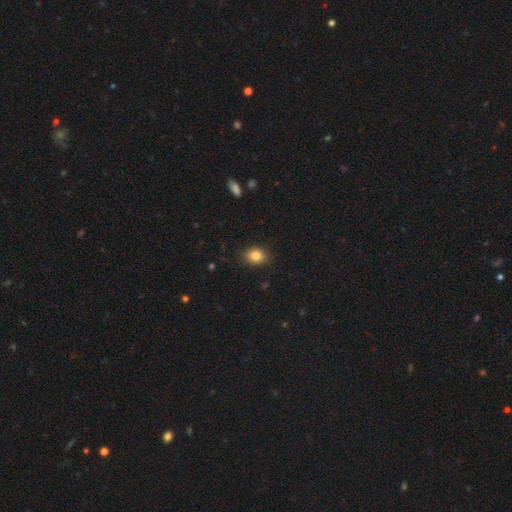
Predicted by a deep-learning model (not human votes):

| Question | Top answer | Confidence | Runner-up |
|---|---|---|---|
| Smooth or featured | smooth | 85% | star or artifact (10%) |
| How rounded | in between | 51% | round (48%) |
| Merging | none | 84% | minor disturbance (12%) |